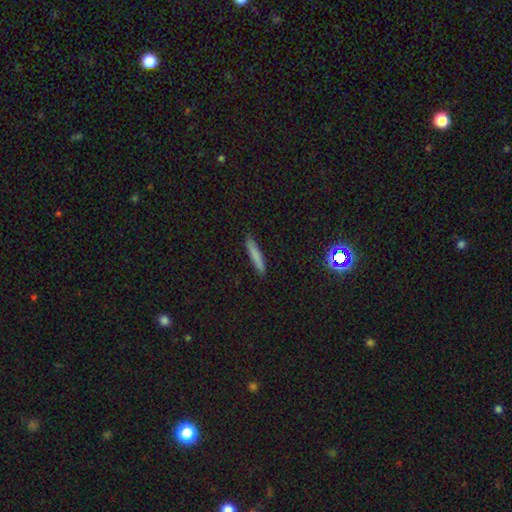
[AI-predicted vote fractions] smooth_or_featured: smooth (p=0.78) [alt: featured or disk p=0.13]
how_rounded: cigar-shaped (p=0.93) [alt: in between p=0.06]
merging: none (p=0.88) [alt: minor disturbance p=0.09]